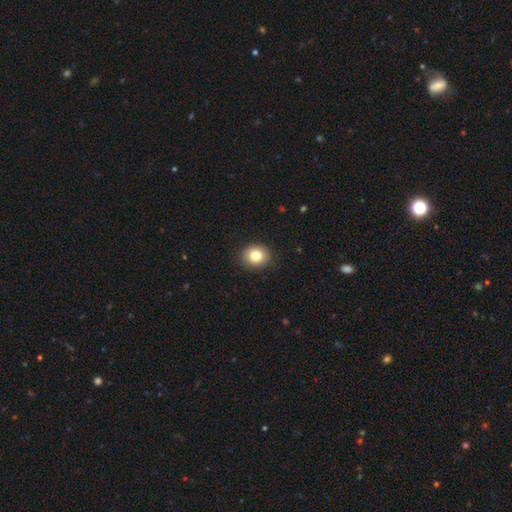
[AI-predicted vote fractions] smooth 80%, featured or disk 10%, star or artifact 10%. Down the decision tree: how rounded — round (74%); merging — none (90%).